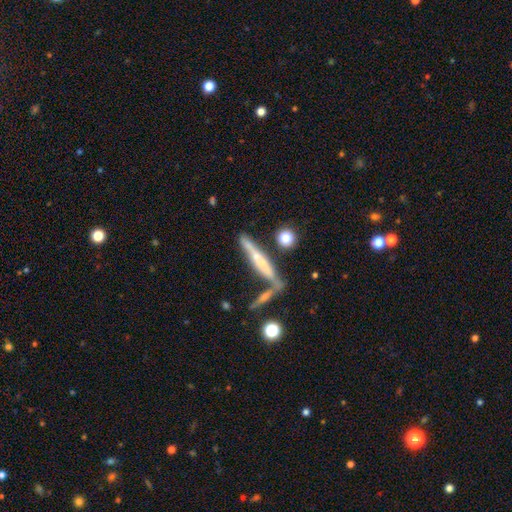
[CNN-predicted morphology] smooth-or-featured: featured or disk: 52% | smooth: 40% | star or artifact: 8%
  disk-edge-on: yes: 86% | no: 14%
  merging: none: 57% | merger: 22% | minor disturbance: 16% | major disturbance: 6%